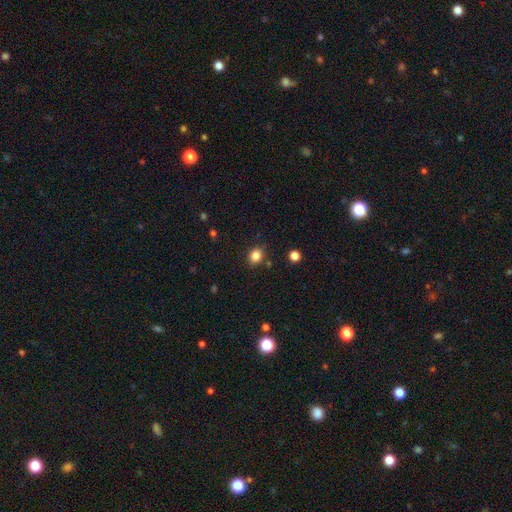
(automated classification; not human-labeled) Q: Smooth or featured?
A: smooth (84%); runner-up: star or artifact (11%)
Q: How rounded?
A: round (55%); runner-up: in between (44%)
Q: Merging?
A: none (83%); runner-up: minor disturbance (11%)